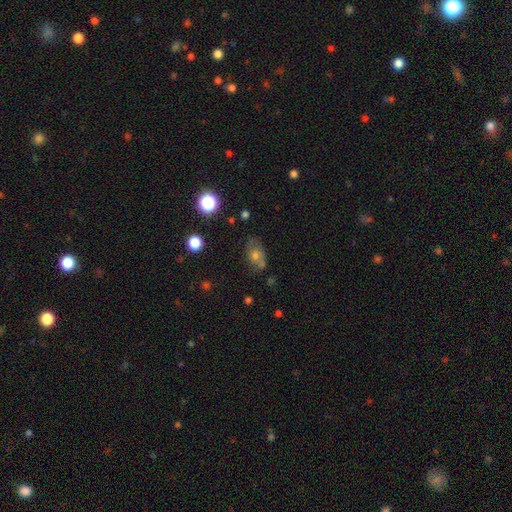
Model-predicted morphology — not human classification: Smooth or featured: smooth — 50% (featured or disk — 30%)
Merging: none — 65% (minor disturbance — 22%)